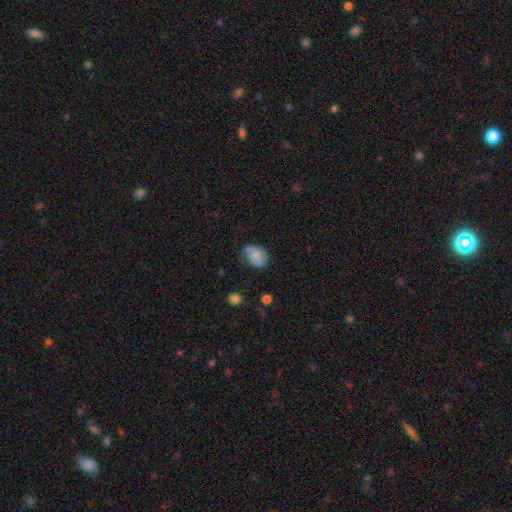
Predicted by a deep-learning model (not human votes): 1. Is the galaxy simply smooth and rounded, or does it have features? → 62% smooth, 29% featured or disk, 10% star or artifact.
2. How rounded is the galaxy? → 67% in between, 31% round, 1% cigar-shaped.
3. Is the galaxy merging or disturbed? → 51% none, 32% minor disturbance, 13% major disturbance, 4% merger.